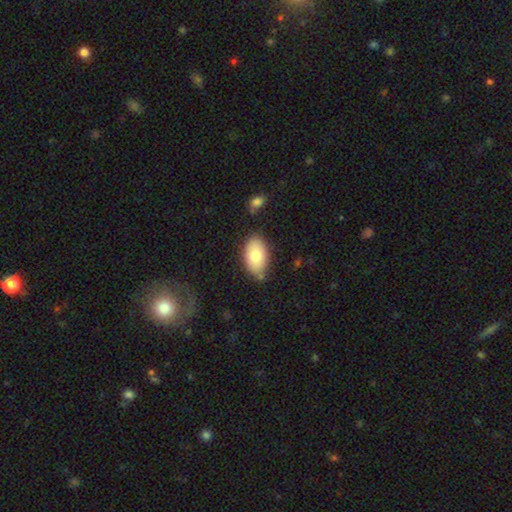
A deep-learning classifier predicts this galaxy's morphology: Smooth or featured?
  - smooth: 78% *
  - featured or disk: 15%
  - star or artifact: 7%
How rounded?
  - in between: 93% *
  - round: 5%
  - cigar-shaped: 2%
Merging?
  - none: 70% *
  - minor disturbance: 21%
  - merger: 5%
  - major disturbance: 4%